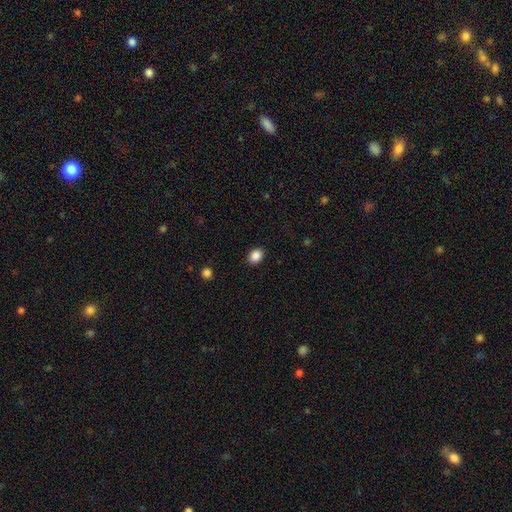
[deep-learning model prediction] This is clearly a smooth galaxy (88%). How rounded: possibly in between (55%). Merging: clearly none (89%).